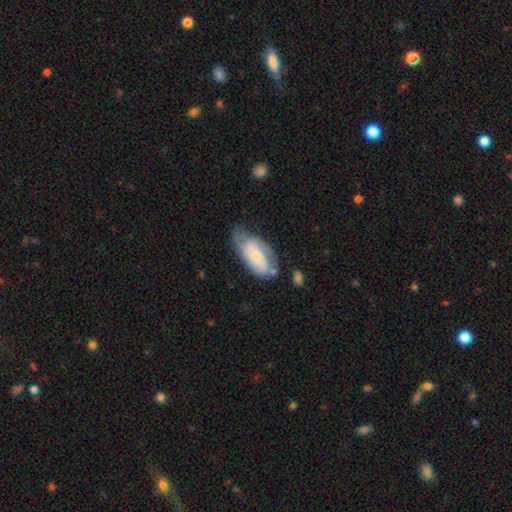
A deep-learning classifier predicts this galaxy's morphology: The model was most divided on "merging": none: 49%, minor disturbance: 31%, major disturbance: 15%, merger: 5%. More confident: edge-on disk — no (94%); spiral arms — yes (86%); bar — no (63%); bulge size — small (60%); smooth or featured — featured or disk (56%).